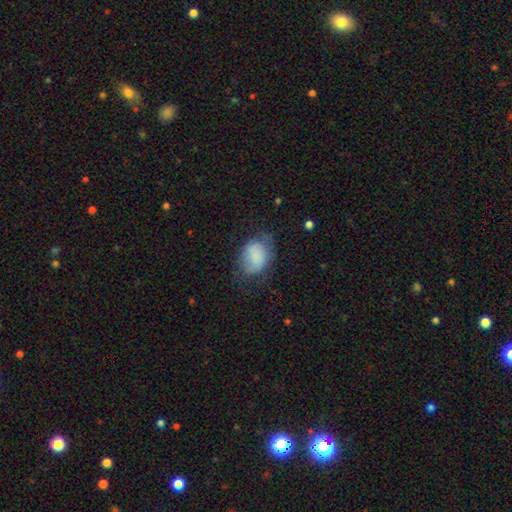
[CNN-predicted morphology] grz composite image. It shows a smooth galaxy with no disk features (76%) that is in between round and cigar-shaped (65%). Merging: none (52%).